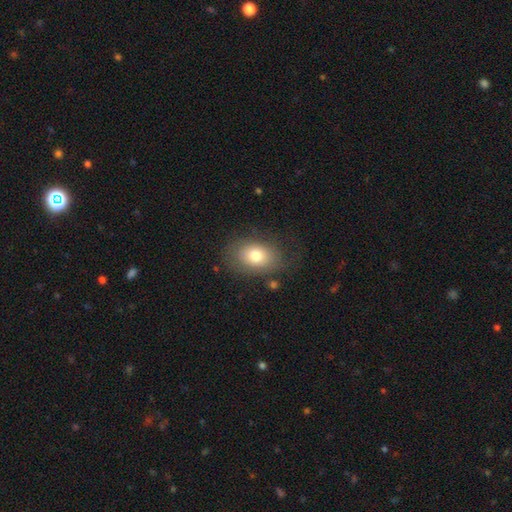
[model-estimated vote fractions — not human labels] A smooth galaxy with no disk features (75%) that is in between round and cigar-shaped (76%). Merging: none (72%).